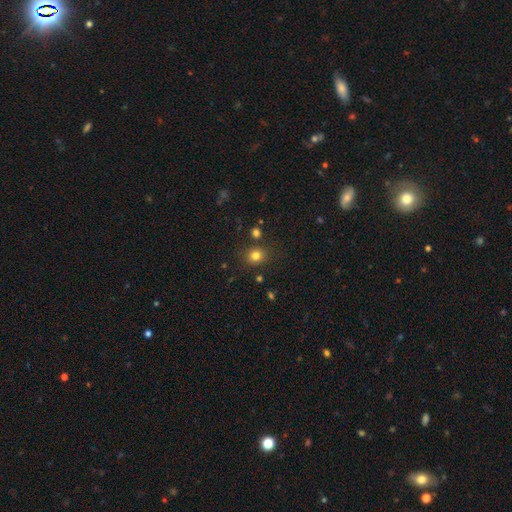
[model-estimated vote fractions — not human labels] smooth 79%, star or artifact 15%, featured or disk 6%. Down the decision tree: how rounded — round (80%); merging — none (83%).